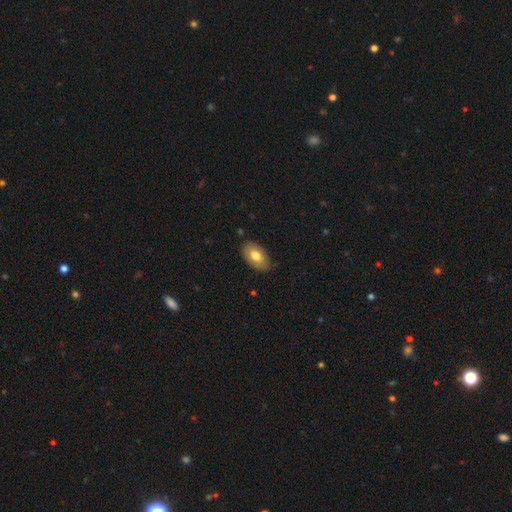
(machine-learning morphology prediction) Smooth or featured? Predicted: smooth (p=0.76). How rounded? Predicted: in between (p=0.93). Merging? Predicted: none (p=0.83).